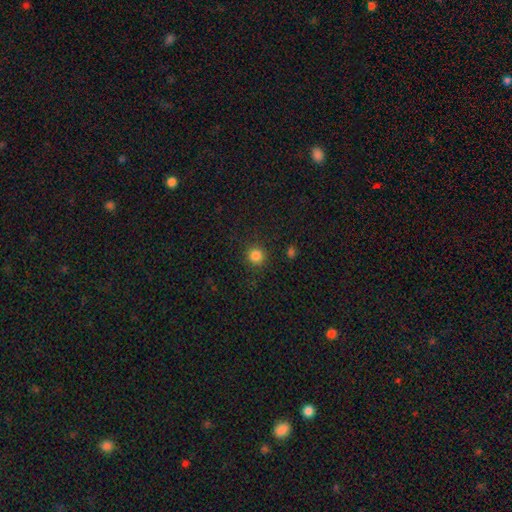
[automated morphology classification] A smooth galaxy with no disk features (84%) that is round (94%). Merging: none (90%).